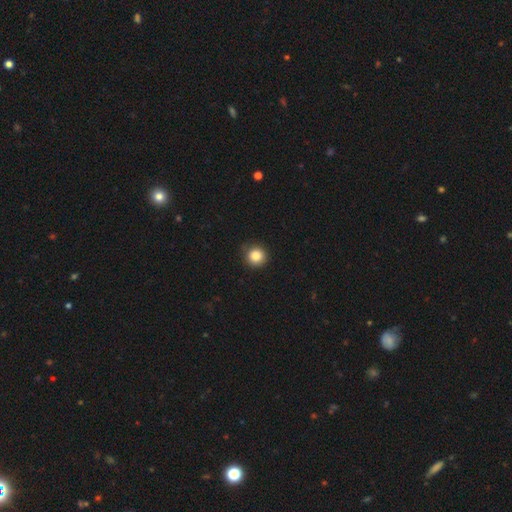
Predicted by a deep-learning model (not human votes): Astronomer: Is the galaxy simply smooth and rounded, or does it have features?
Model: smooth — 85%.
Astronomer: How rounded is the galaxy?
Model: round — 94%.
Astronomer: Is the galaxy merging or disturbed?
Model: none — 85%.